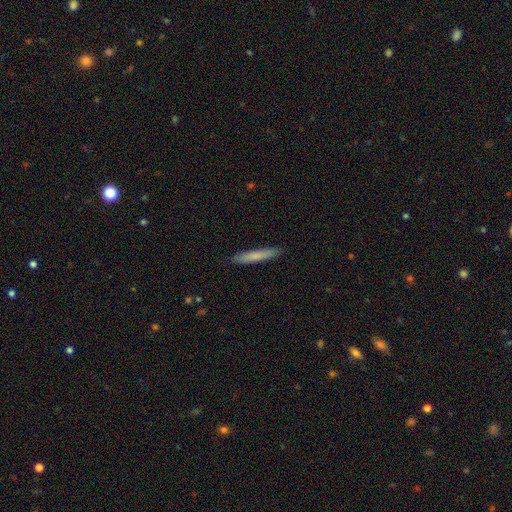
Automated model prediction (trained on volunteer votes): Q: Smooth or featured?
A: smooth (75%); runner-up: featured or disk (19%)
Q: How rounded?
A: cigar-shaped (95%); runner-up: in between (4%)
Q: Merging?
A: none (90%); runner-up: minor disturbance (8%)